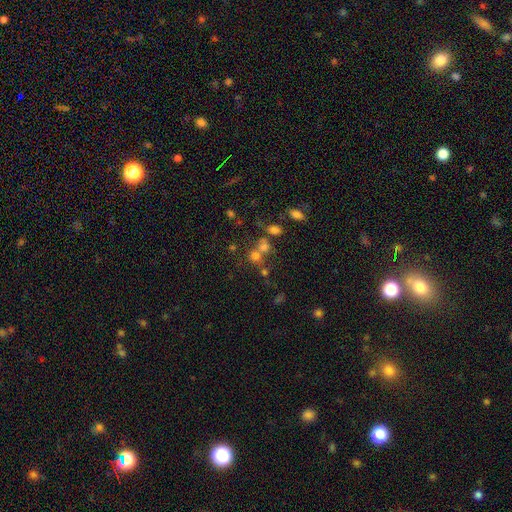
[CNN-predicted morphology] smooth-or-featured: smooth: 62% | star or artifact: 24% | featured or disk: 14%
  how-rounded: round: 82% | in between: 17% | cigar-shaped: 1%
  merging: none: 48% | merger: 38% | minor disturbance: 8% | major disturbance: 5%